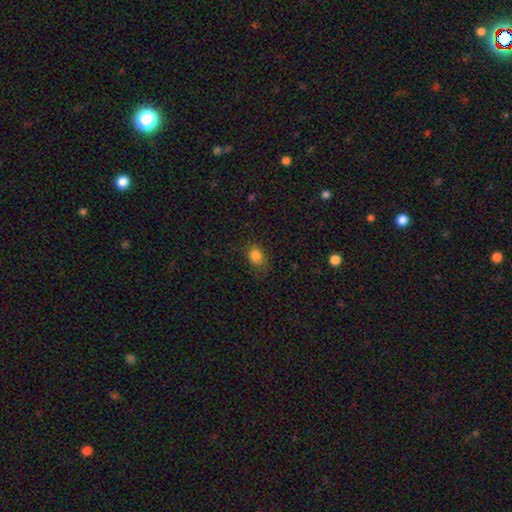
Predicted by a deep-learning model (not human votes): This appears to be a smooth galaxy with no disk features (83%) that is in between round and cigar-shaped (55%). Merging: none (73%).